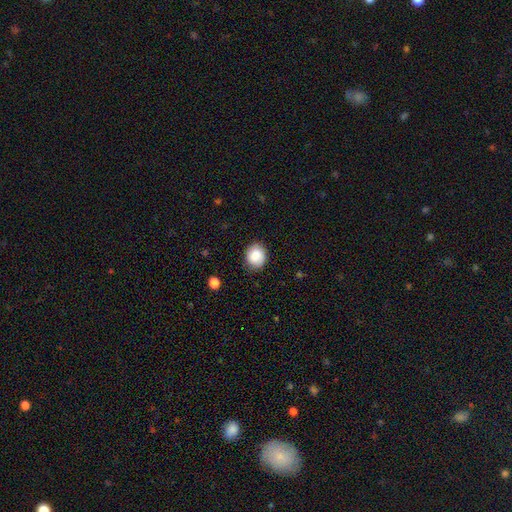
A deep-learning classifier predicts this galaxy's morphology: smooth 84%, star or artifact 8%, featured or disk 7%. Down the decision tree: how rounded — round (67%); merging — none (84%).